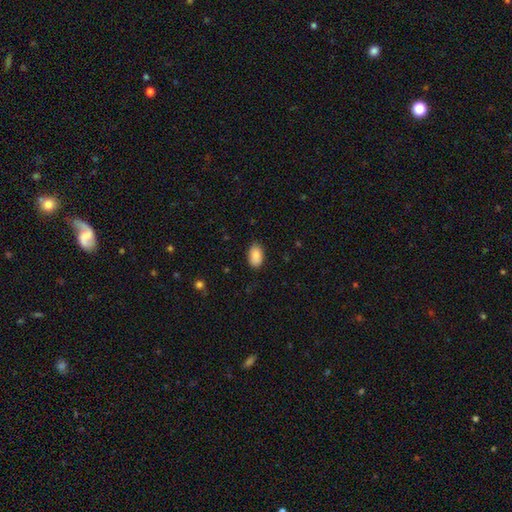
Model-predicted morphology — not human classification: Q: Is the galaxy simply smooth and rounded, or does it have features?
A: smooth — 88%.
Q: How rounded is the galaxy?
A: in between — 93%.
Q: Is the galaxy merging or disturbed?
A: none — 84%.